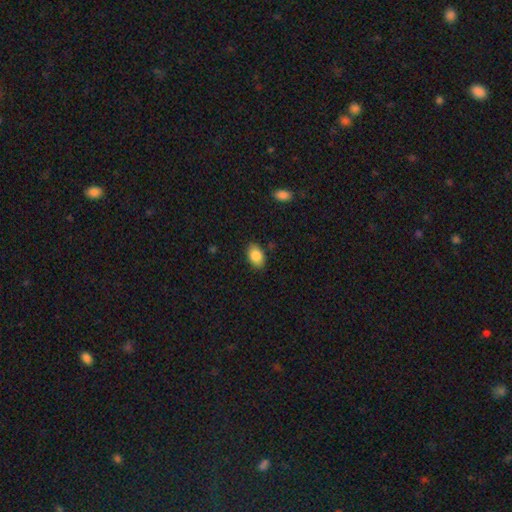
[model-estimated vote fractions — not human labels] smooth 85%, star or artifact 8%, featured or disk 7%. Down the decision tree: how rounded — in between (87%); merging — none (85%).